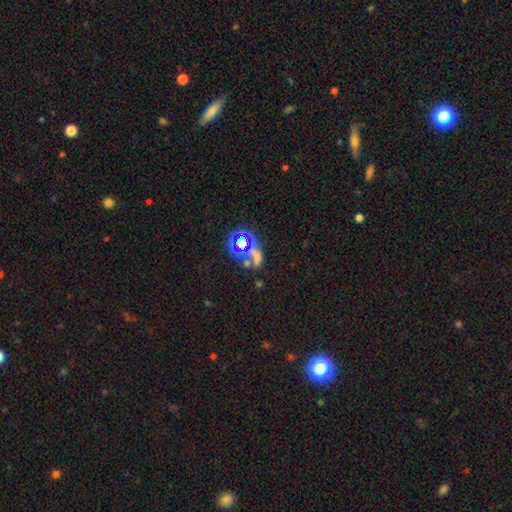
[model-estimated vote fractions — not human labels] This is possibly a star or artifact rather than a galaxy (49%).